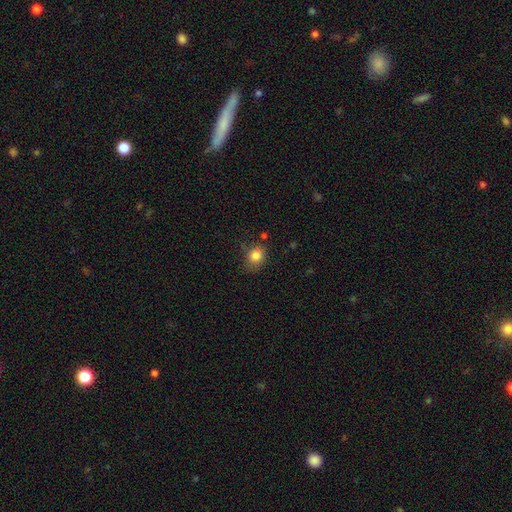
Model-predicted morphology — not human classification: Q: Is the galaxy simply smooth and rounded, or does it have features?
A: smooth — 83%.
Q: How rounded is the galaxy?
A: round — 65%.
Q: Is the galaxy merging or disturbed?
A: none — 70%.